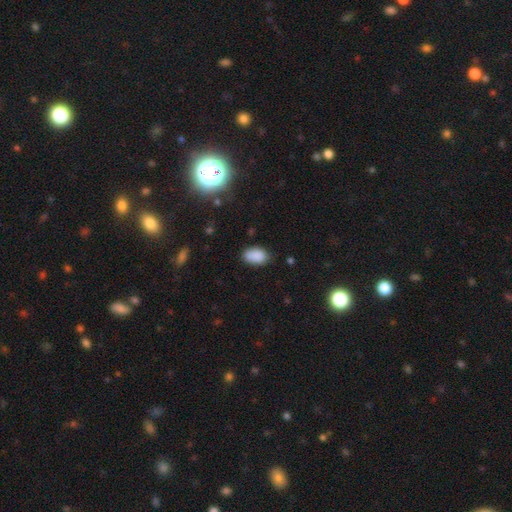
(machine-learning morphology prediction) This appears to be a smooth galaxy with no disk features (88%) that is in between round and cigar-shaped (91%). Merging: none (78%).